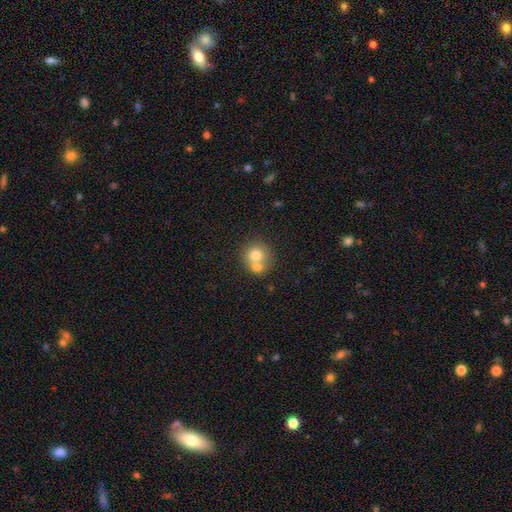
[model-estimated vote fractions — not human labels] The model was most divided on "merging": merger: 54%, none: 37%, minor disturbance: 7%, major disturbance: 3%. More confident: how rounded — round (84%); smooth or featured — smooth (71%).